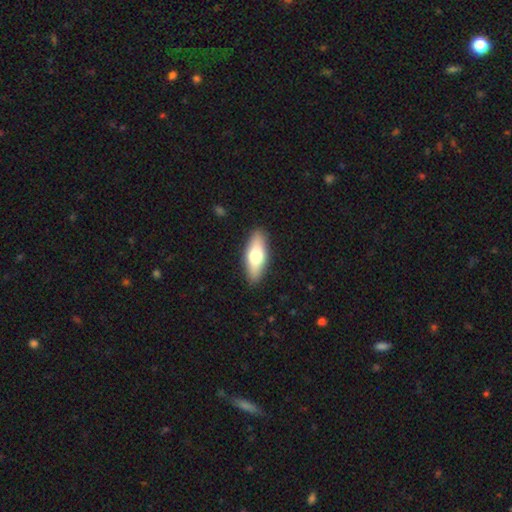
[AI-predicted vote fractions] A smooth galaxy with no disk features (66%) that is in between round and cigar-shaped (66%).

Vote fractions:
- Smooth or featured? smooth: 66% / featured or disk: 28% / star or artifact: 6%
- How rounded? in between: 66% / cigar-shaped: 31% / round: 3%
- Merging? none: 89% / minor disturbance: 8% / major disturbance: 2% / merger: 1%